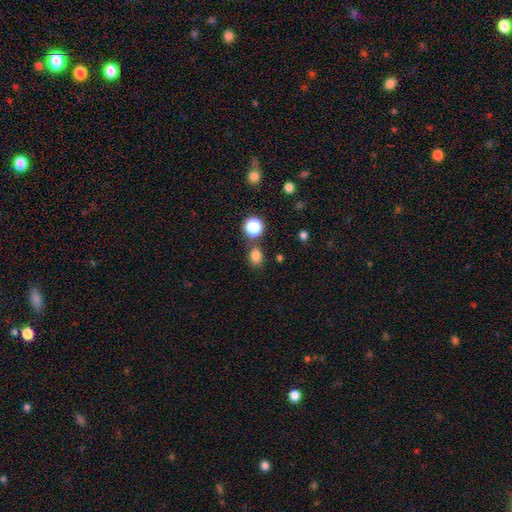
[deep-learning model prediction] The model was most divided on "how rounded": in between: 50%, round: 49%, cigar-shaped: 1%. More confident: merging — none (78%); smooth or featured — smooth (78%).